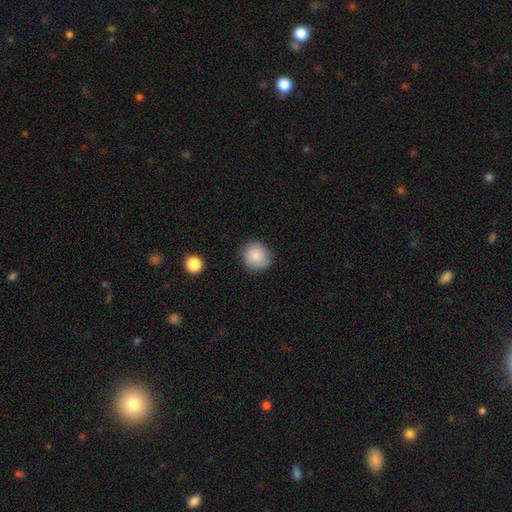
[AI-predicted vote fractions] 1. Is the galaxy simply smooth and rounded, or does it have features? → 83% smooth, 9% featured or disk, 8% star or artifact.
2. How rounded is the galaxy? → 90% round, 9% in between, 1% cigar-shaped.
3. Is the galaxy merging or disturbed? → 85% none, 11% minor disturbance, 3% major disturbance, 1% merger.